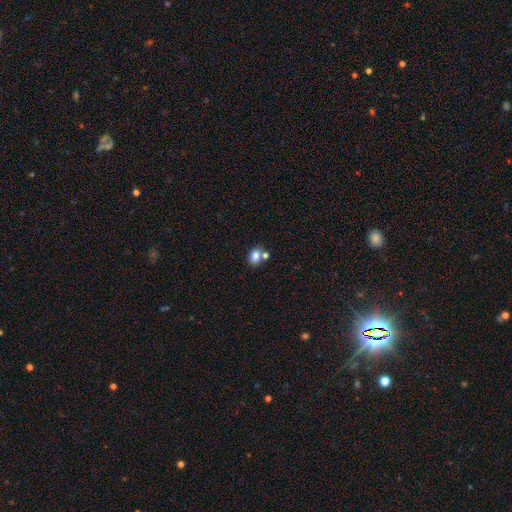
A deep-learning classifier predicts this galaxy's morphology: Smooth or featured? Predicted: smooth (p=0.82). How rounded? Predicted: in between (p=0.71). Merging? Predicted: none (p=0.56).